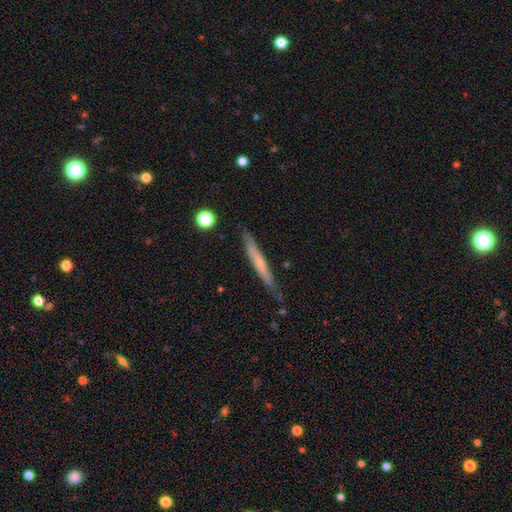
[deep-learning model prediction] Smooth or featured: featured or disk — 50% (smooth — 43%)
Edge-on disk: yes — 93% (no — 7%)
Merging: none — 82% (minor disturbance — 14%)